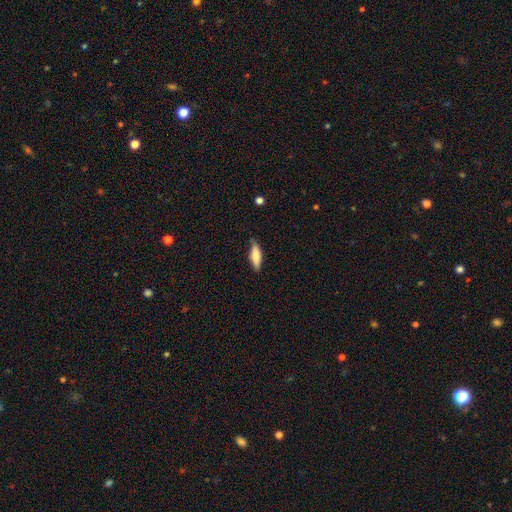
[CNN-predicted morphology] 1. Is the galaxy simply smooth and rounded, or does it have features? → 73% smooth, 21% featured or disk, 6% star or artifact.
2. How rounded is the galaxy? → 53% cigar-shaped, 45% in between, 2% round.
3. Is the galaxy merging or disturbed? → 75% none, 20% minor disturbance, 3% major disturbance, 1% merger.